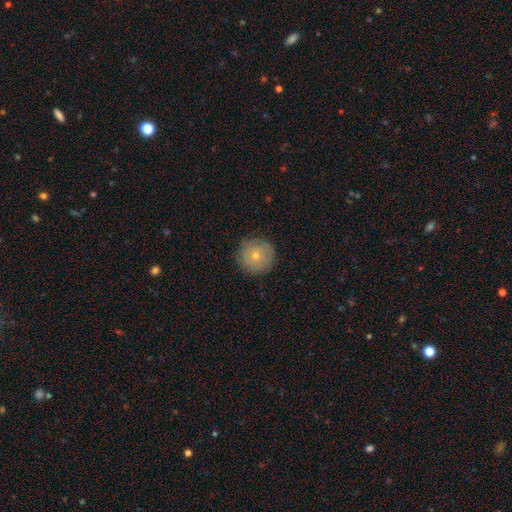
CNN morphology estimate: This appears to be a smooth galaxy with no disk features (68%) that is round (95%). Merging: none (86%).